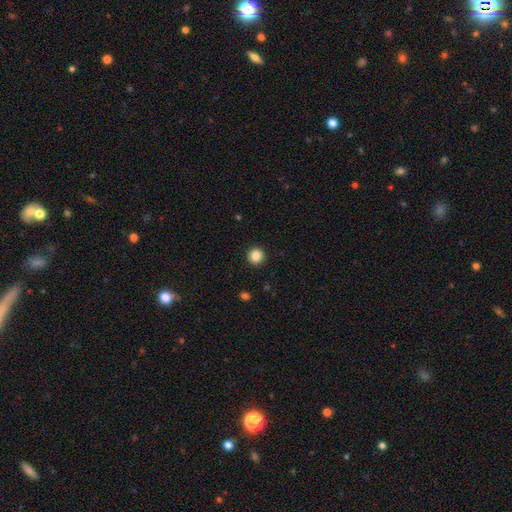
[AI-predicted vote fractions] Smooth or featured? smooth (86%)
How rounded? round (93%)
Merging? none (93%)